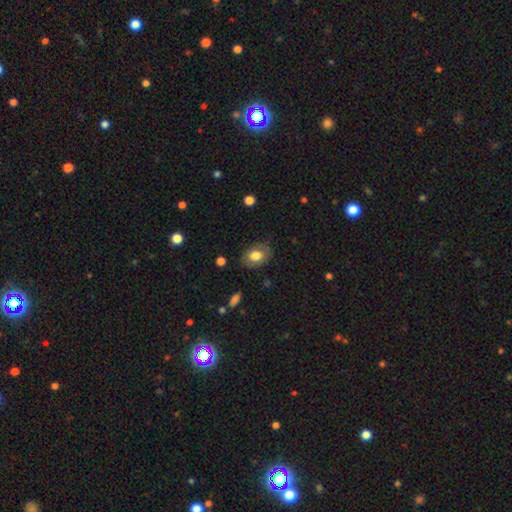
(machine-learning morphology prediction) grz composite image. It shows a smooth galaxy with no disk features (70%) that is in between round and cigar-shaped (78%). Merging: none (79%).